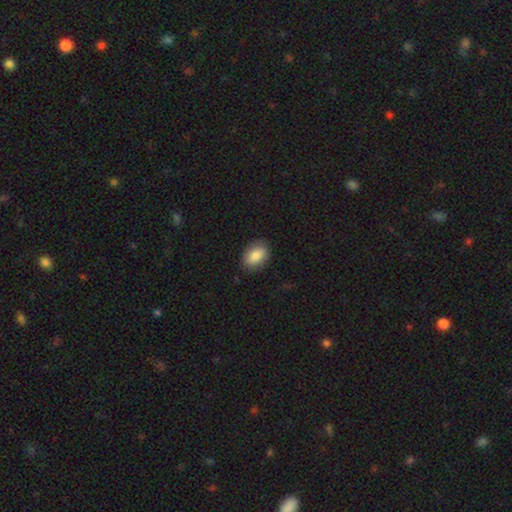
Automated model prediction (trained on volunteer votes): A smooth galaxy with no disk features (82%) that is in between round and cigar-shaped (86%).

Vote fractions:
- Smooth or featured? smooth: 82% / featured or disk: 11% / star or artifact: 7%
- How rounded? in between: 86% / round: 12% / cigar-shaped: 2%
- Merging? none: 84% / minor disturbance: 12% / major disturbance: 3% / merger: 1%